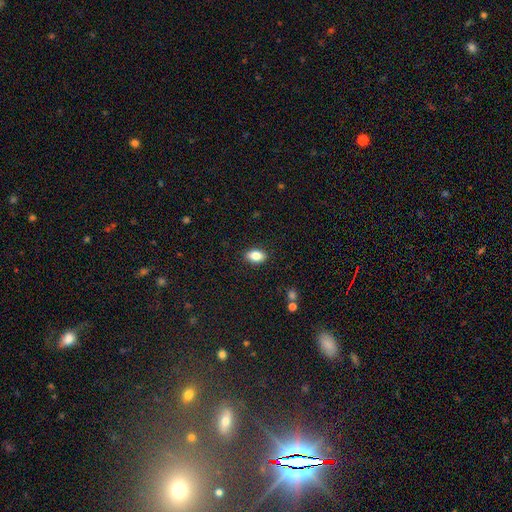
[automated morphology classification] smooth-or-featured: smooth: 85% | star or artifact: 8% | featured or disk: 7%
  how-rounded: in between: 87% | round: 11% | cigar-shaped: 2%
  merging: none: 89% | minor disturbance: 8% | major disturbance: 2% | merger: 1%